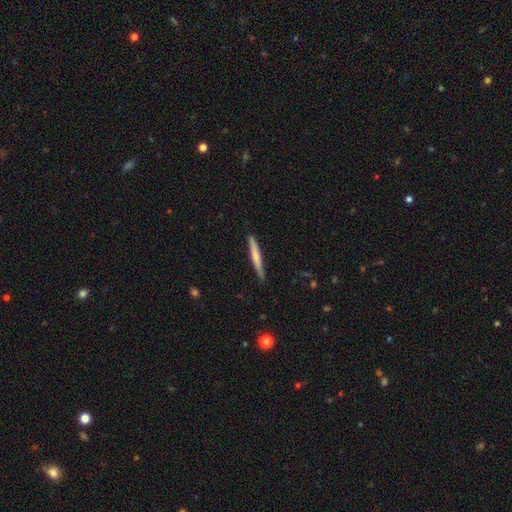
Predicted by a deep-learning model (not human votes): A smooth galaxy with no disk features (58%) that is cigar-shaped (96%).

Vote fractions:
- Smooth or featured? smooth: 58% / featured or disk: 36% / star or artifact: 5%
- How rounded? cigar-shaped: 96% / in between: 3% / round: 1%
- Merging? none: 86% / minor disturbance: 11% / major disturbance: 2% / merger: 1%